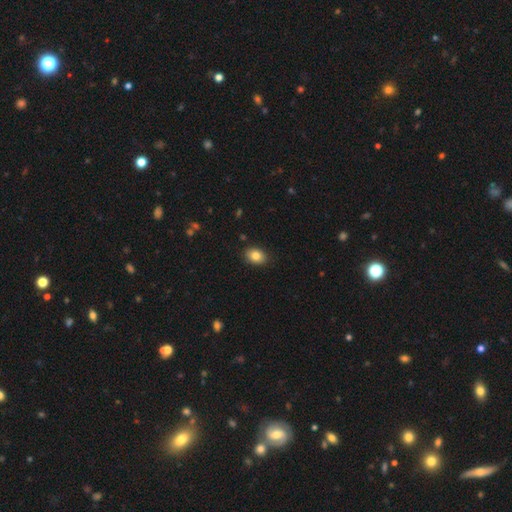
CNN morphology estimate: A smooth galaxy with no disk features (84%) that is in between round and cigar-shaped (73%).

Vote fractions:
- Smooth or featured? smooth: 84% / star or artifact: 8% / featured or disk: 8%
- How rounded? in between: 73% / round: 26% / cigar-shaped: 1%
- Merging? none: 88% / minor disturbance: 9% / major disturbance: 2% / merger: 1%